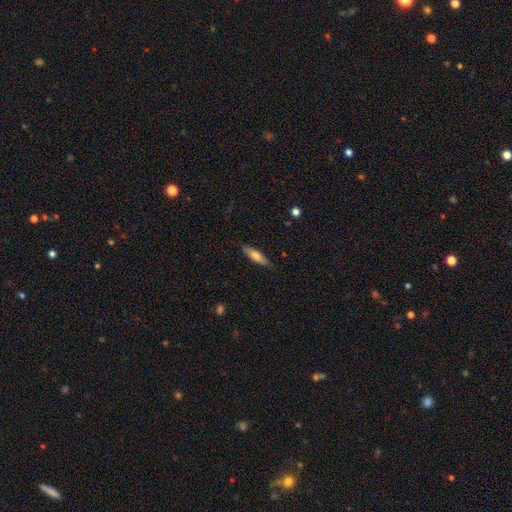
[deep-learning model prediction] This appears to be a smooth galaxy with no disk features (63%) that is cigar-shaped (70%). Merging: none (84%).